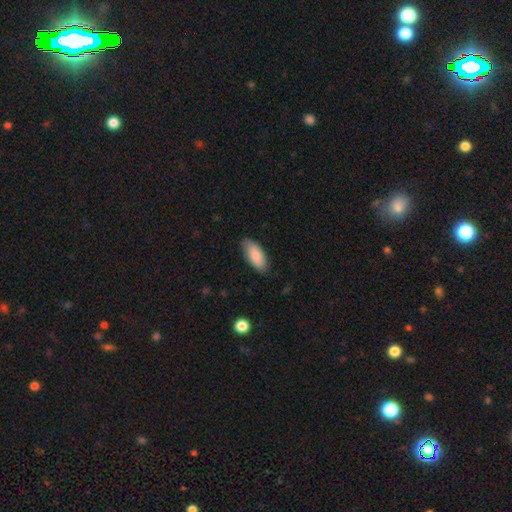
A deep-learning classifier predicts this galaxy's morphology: This is clearly a smooth galaxy (82%). How rounded: clearly in between (85%). Merging: clearly none (83%).